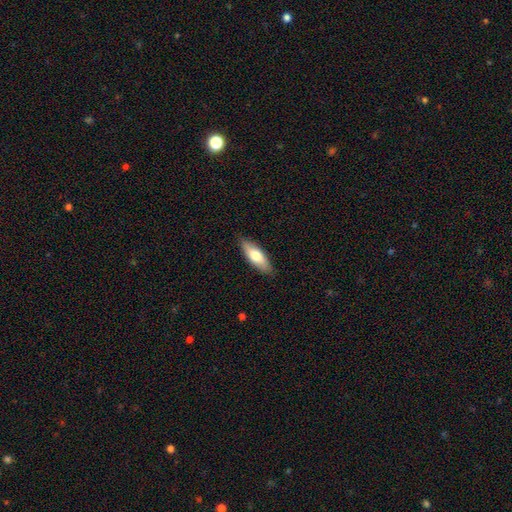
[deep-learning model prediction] A smooth galaxy with no disk features (69%) that is in between round and cigar-shaped (60%).

Vote fractions:
- Smooth or featured? smooth: 69% / featured or disk: 26% / star or artifact: 5%
- How rounded? in between: 60% / cigar-shaped: 38% / round: 2%
- Merging? none: 87% / minor disturbance: 10% / major disturbance: 2% / merger: 1%